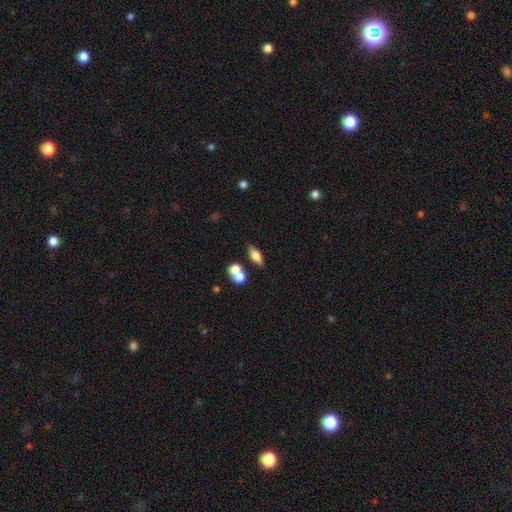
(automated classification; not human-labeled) smooth 62%, featured or disk 29%, star or artifact 10%. Down the decision tree: how rounded — in between (69%); merging — none (70%).